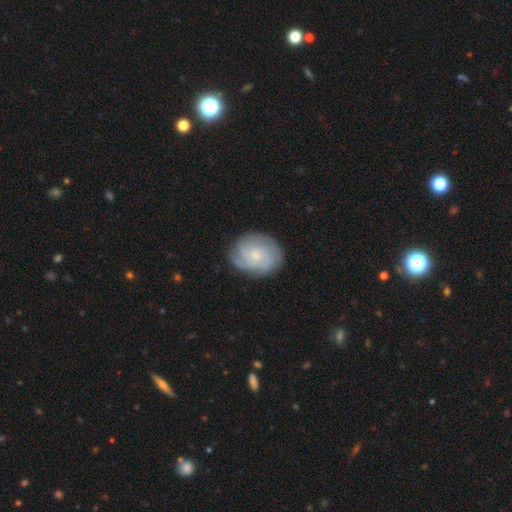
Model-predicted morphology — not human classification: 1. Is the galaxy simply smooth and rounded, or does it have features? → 74% featured or disk, 20% smooth, 6% star or artifact.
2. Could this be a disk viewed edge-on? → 98% no, 2% yes.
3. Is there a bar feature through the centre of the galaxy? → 74% no, 23% weak, 2% strong.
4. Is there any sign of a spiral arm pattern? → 96% yes, 4% no.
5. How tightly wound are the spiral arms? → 61% tight, 31% medium, 8% loose.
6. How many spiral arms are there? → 31% 3, 26% can't tell, 19% 4, 12% 2, 6% more than 4, 6% 1.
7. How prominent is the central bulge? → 63% small, 31% moderate, 3% none, 2% large, 1% dominant.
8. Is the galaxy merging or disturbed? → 79% none, 15% minor disturbance, 4% major disturbance, 1% merger.